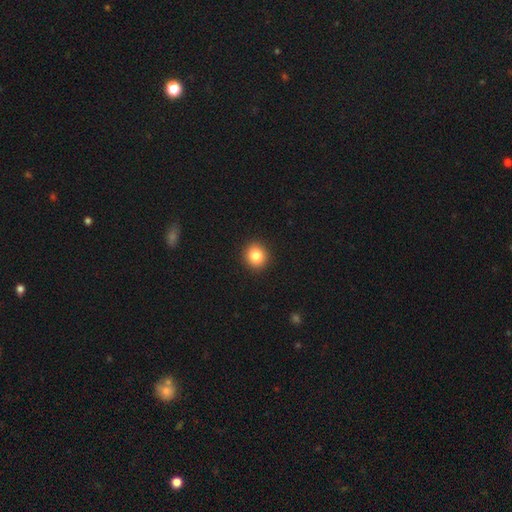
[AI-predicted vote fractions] Smooth or featured: smooth — 84% (star or artifact — 10%)
How rounded: round — 83% (in between — 16%)
Merging: none — 92% (minor disturbance — 5%)